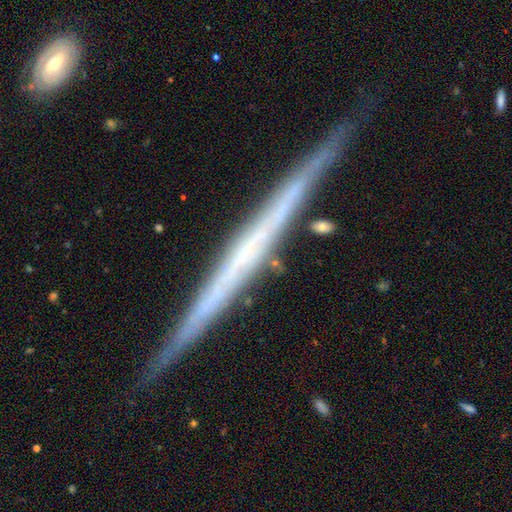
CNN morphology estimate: Smooth or featured? featured or disk (65%)
Edge-on disk? yes (95%)
Edge-on bulge? none (79%)
Merging? none (83%)